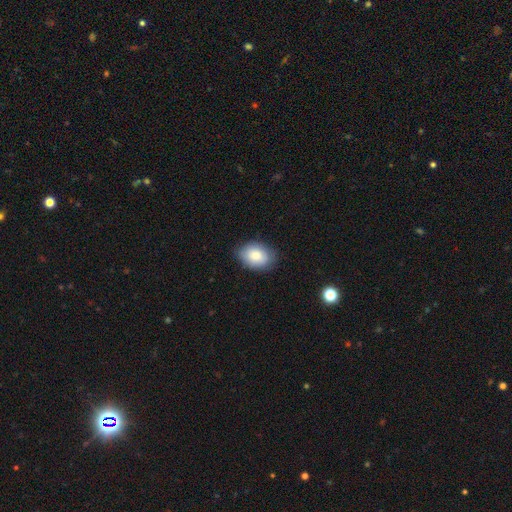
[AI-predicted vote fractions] This is clearly a smooth galaxy (83%). How rounded: likely in between (80%). Merging: clearly none (81%).